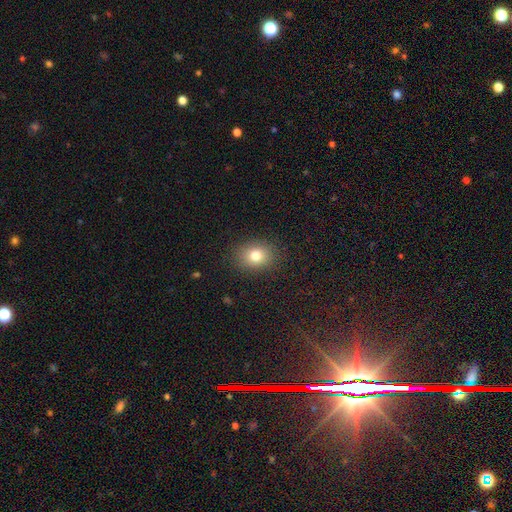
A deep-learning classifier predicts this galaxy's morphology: type=smooth (79%); roundness=round (52%); merging=none (88%).